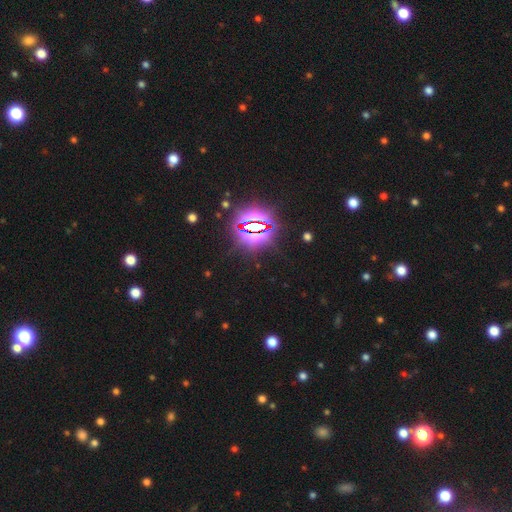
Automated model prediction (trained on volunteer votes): This is clearly a star or artifact rather than a galaxy (85%).